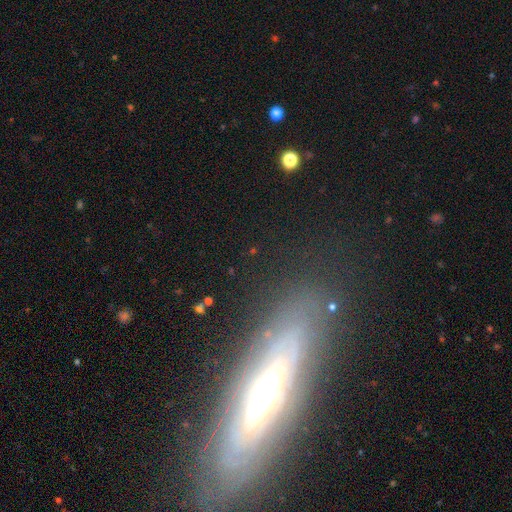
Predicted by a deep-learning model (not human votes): A featured or disk galaxy (71%) viewed edge-on (57%). Merging: none (81%).